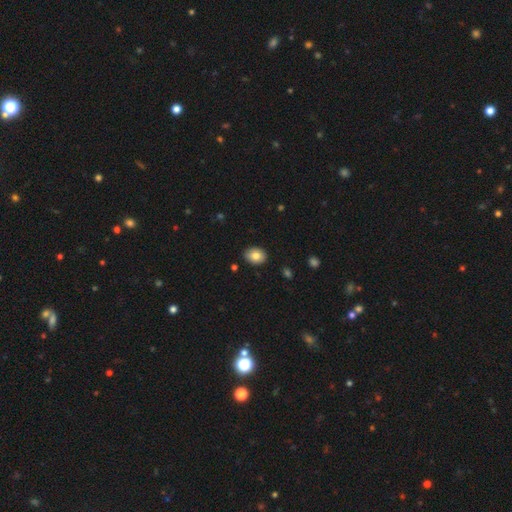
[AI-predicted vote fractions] A smooth galaxy with no disk features (82%) that is in between round and cigar-shaped (72%). Merging: none (87%).